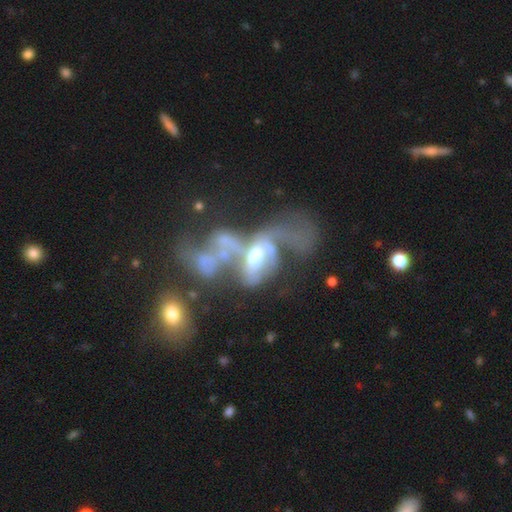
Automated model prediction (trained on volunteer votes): smooth_or_featured: featured or disk (p=0.69) [alt: smooth p=0.17]
disk_edge_on: no (p=0.93) [alt: yes p=0.07]
bar: no (p=0.61) [alt: weak p=0.25]
has_spiral_arms: no (p=0.55) [alt: yes p=0.45]
bulge_size: moderate (p=0.54) [alt: large p=0.18]
merging: merger (p=0.49) [alt: major disturbance p=0.35]